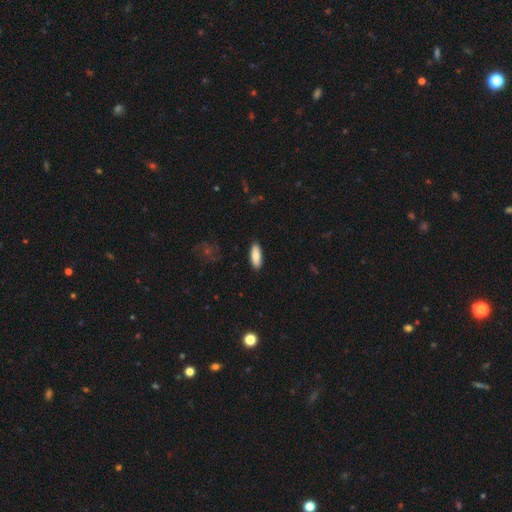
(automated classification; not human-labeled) The model was most divided on "how rounded": in between: 66%, cigar-shaped: 32%, round: 2%. More confident: merging — none (89%); smooth or featured — smooth (83%).